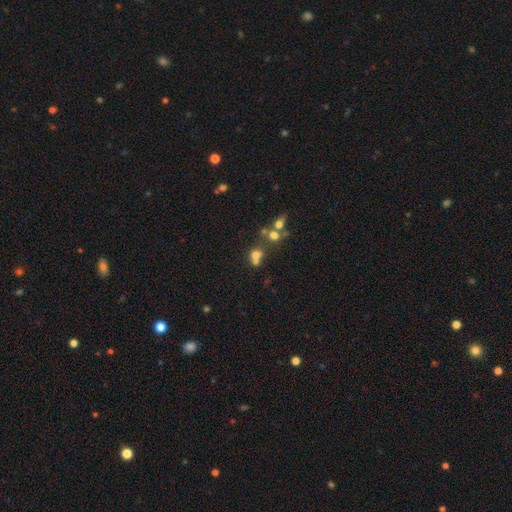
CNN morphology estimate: A smooth galaxy with no disk features (61%) that is round (76%). Merging: merger (50%).